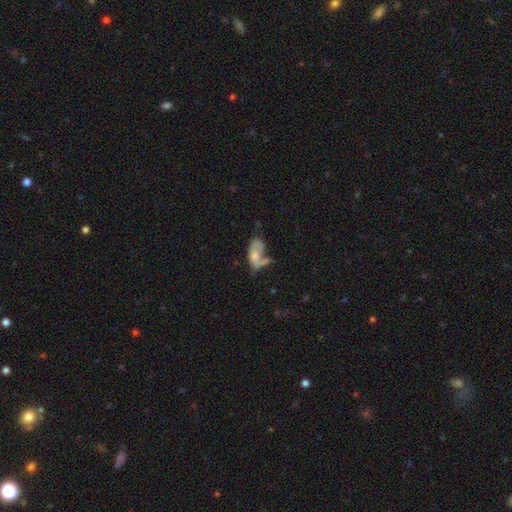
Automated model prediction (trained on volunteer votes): This appears to be a smooth galaxy with no disk features (59%) that is in between round and cigar-shaped (87%). Merging: merger (32%).